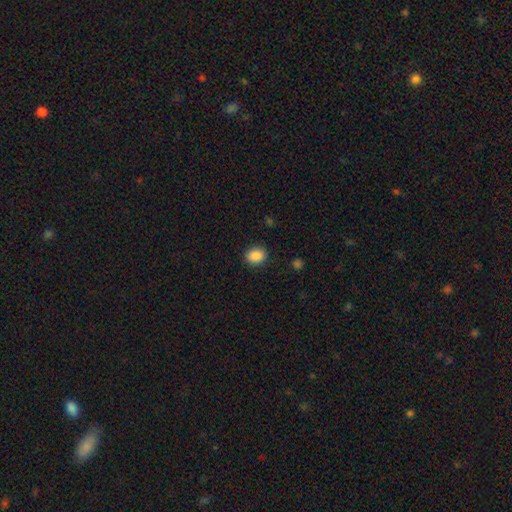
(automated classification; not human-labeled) smooth_or_featured: smooth (p=0.88) [alt: star or artifact p=0.09]
how_rounded: round (p=0.50) [alt: in between p=0.49]
merging: none (p=0.88) [alt: minor disturbance p=0.09]